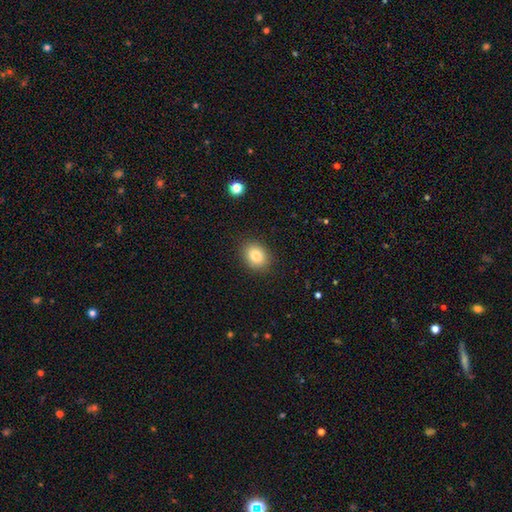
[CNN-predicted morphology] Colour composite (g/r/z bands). It shows a smooth galaxy with no disk features (82%) that is round (52%). Merging: none (88%).